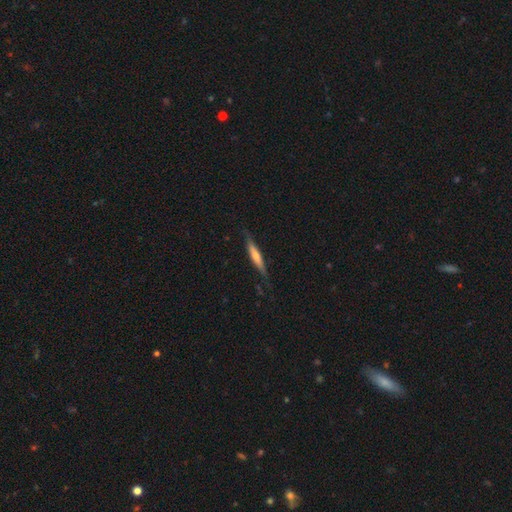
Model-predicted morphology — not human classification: Smooth or featured? Predicted: featured or disk (p=0.47, tied with smooth). Merging? Predicted: none (p=0.80).